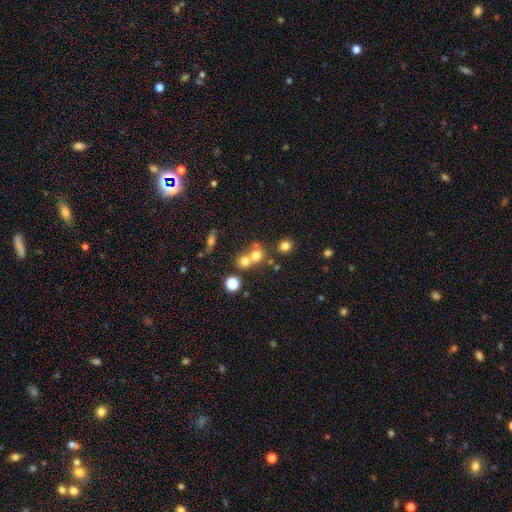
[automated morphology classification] type=smooth (70%); roundness=round (79%); merging=merger (50%).